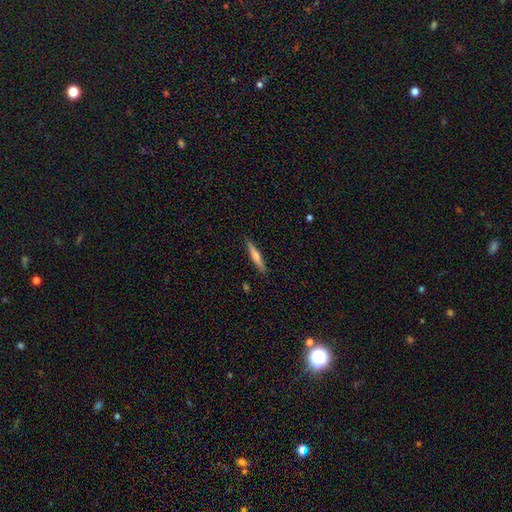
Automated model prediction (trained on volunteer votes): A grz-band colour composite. It shows a smooth galaxy with no disk features (54%) that is cigar-shaped (92%). Merging: none (90%).